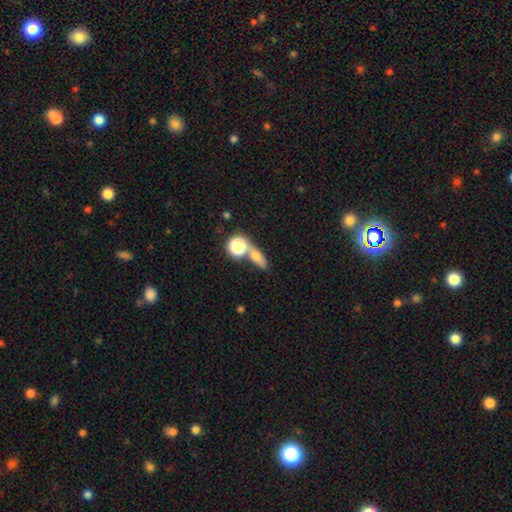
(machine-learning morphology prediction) smooth-or-featured: smooth: 62% | featured or disk: 21% | star or artifact: 16%
  how-rounded: in between: 44% | round: 32% | cigar-shaped: 24%
  merging: none: 48% | merger: 35% | minor disturbance: 11% | major disturbance: 7%